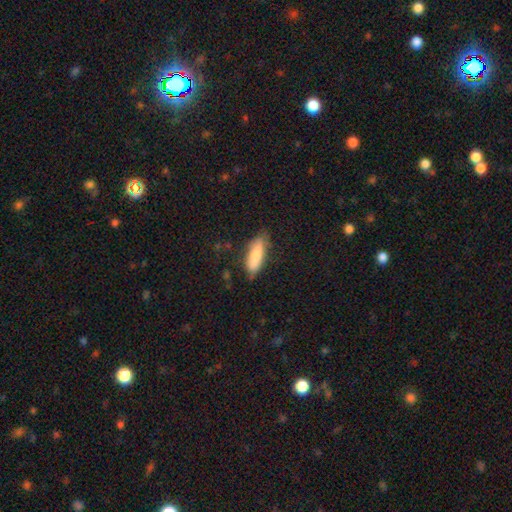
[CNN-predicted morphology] smooth-or-featured: smooth: 77% | featured or disk: 17% | star or artifact: 6%
  how-rounded: in between: 61% | cigar-shaped: 37% | round: 2%
  merging: none: 69% | minor disturbance: 23% | major disturbance: 6% | merger: 2%